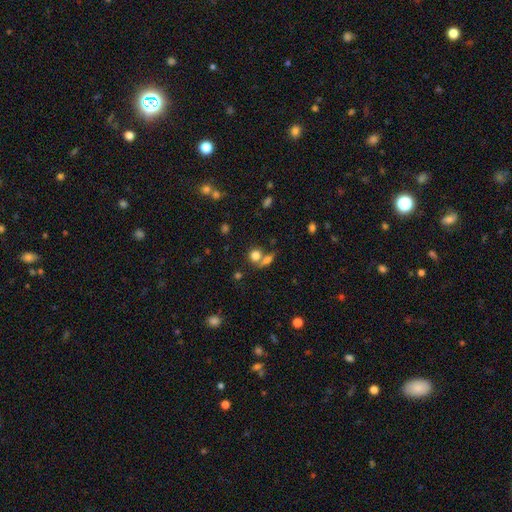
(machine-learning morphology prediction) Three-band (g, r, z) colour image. It shows a smooth galaxy with no disk features (76%) that is round (68%). Merging: none (49%).